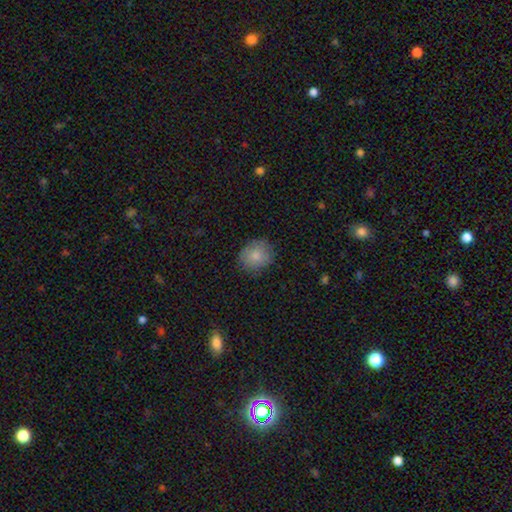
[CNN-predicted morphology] smooth-or-featured: smooth: 82% | featured or disk: 10% | star or artifact: 8%
  how-rounded: round: 74% | in between: 25% | cigar-shaped: 1%
  merging: none: 82% | minor disturbance: 14% | major disturbance: 3% | merger: 1%